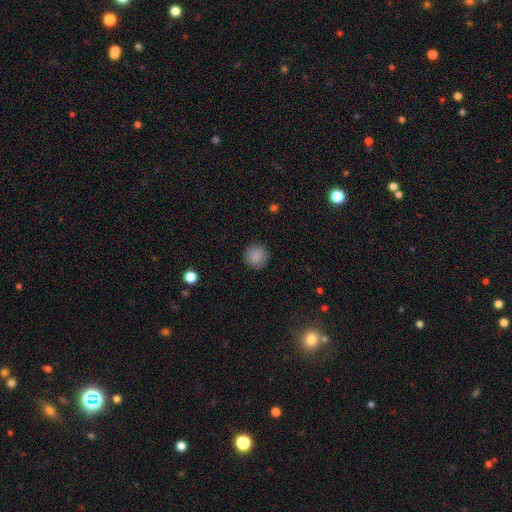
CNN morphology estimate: type=smooth (87%); roundness=round (95%); merging=none (90%).